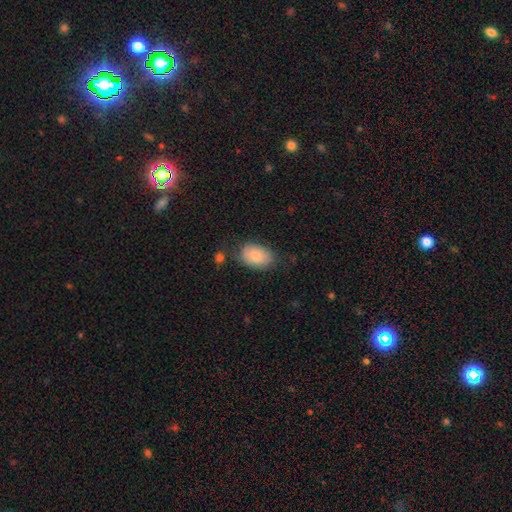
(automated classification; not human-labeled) smooth_or_featured: smooth (p=0.82) [alt: featured or disk p=0.11]
how_rounded: in between (p=0.88) [alt: round p=0.11]
merging: none (p=0.74) [alt: minor disturbance p=0.18]